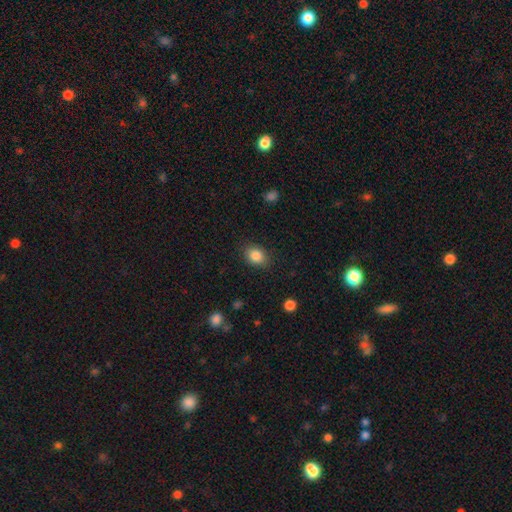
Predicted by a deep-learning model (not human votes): smooth_or_featured: smooth (p=0.85) [alt: star or artifact p=0.09]
how_rounded: in between (p=0.60) [alt: round p=0.39]
merging: none (p=0.85) [alt: minor disturbance p=0.11]